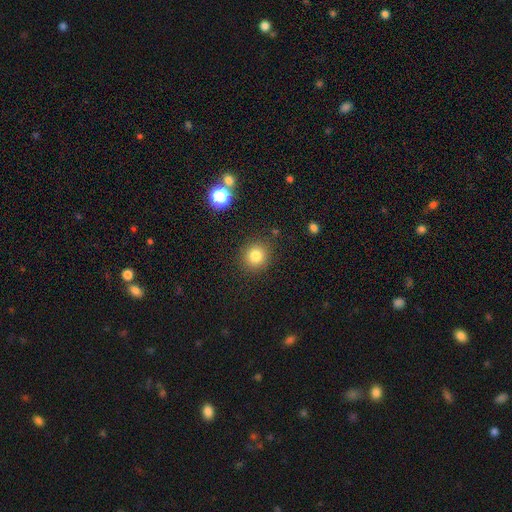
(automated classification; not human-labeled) Smooth or featured? smooth (81%)
How rounded? round (90%)
Merging? none (88%)